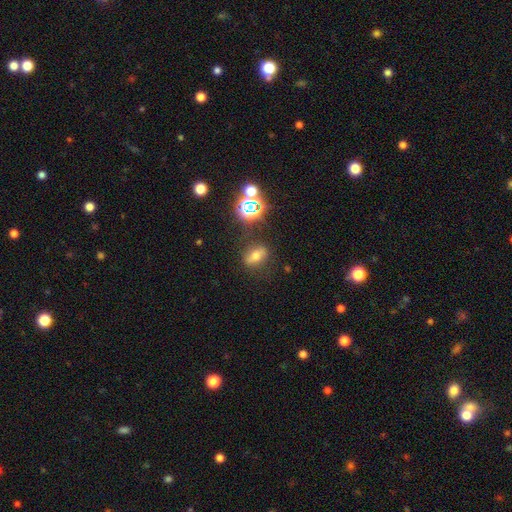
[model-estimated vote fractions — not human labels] smooth-or-featured: smooth: 51% | featured or disk: 27% | star or artifact: 22%
  how-rounded: in between: 69% | round: 22% | cigar-shaped: 9%
  merging: none: 80% | minor disturbance: 12% | major disturbance: 5% | merger: 3%